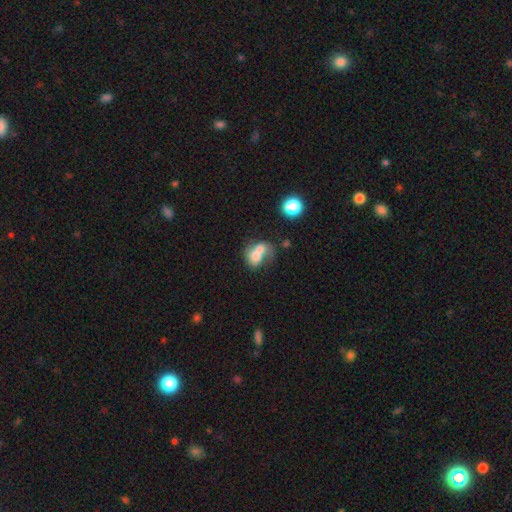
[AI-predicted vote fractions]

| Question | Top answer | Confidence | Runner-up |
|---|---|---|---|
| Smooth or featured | smooth | 62% | featured or disk (28%) |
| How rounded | in between | 57% | round (42%) |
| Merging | merger | 74% | none (12%) |